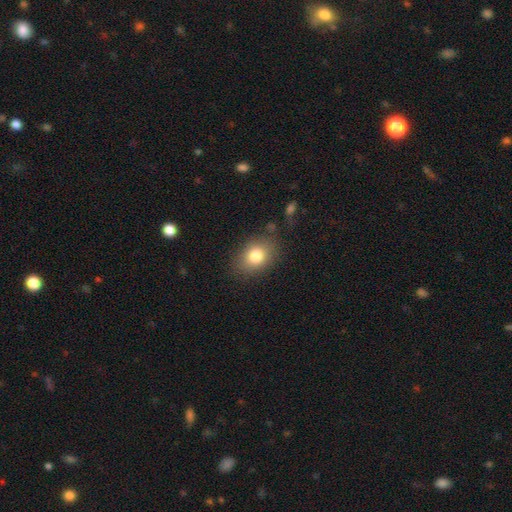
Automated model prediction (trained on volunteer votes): Smooth or featured: smooth — 81% (featured or disk — 10%)
How rounded: in between — 68% (round — 31%)
Merging: none — 79% (minor disturbance — 14%)